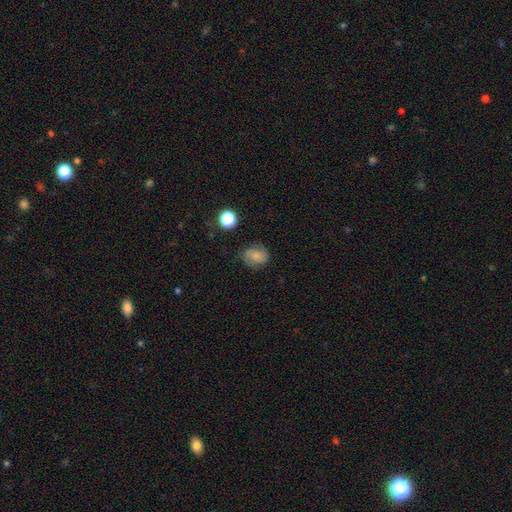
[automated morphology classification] smooth-or-featured: smooth: 58% | featured or disk: 30% | star or artifact: 12%
  how-rounded: round: 61% | in between: 37% | cigar-shaped: 1%
  merging: none: 74% | minor disturbance: 18% | major disturbance: 6% | merger: 2%